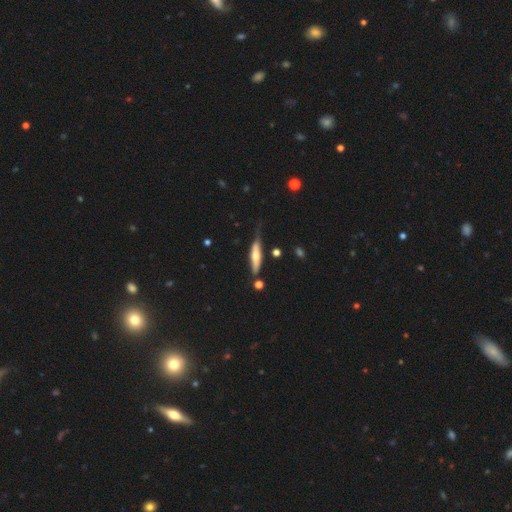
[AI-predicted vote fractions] smooth 49%, featured or disk 46%, star or artifact 6%. Down the decision tree: merging — none (54%).